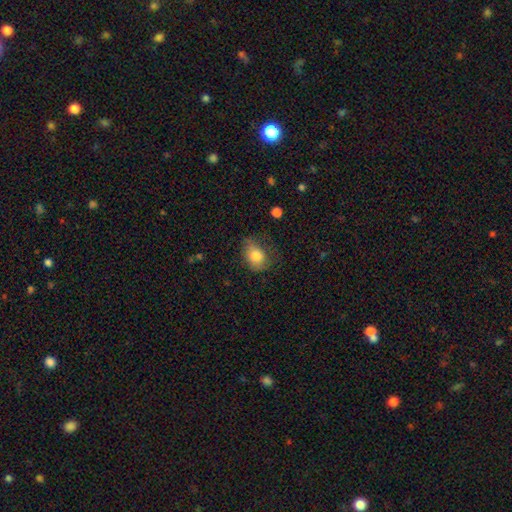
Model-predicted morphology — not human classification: smooth-or-featured: smooth: 79% | featured or disk: 12% | star or artifact: 9%
  how-rounded: in between: 64% | round: 35% | cigar-shaped: 1%
  merging: none: 48% | minor disturbance: 34% | major disturbance: 16% | merger: 2%